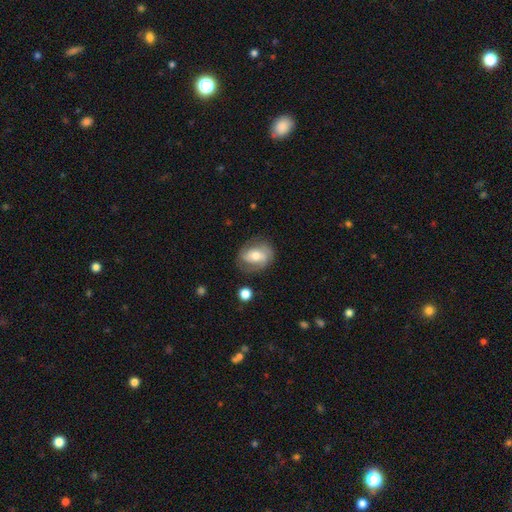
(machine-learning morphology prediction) Smooth or featured? Predicted: featured or disk (p=0.56). Edge-on disk? Predicted: no (p=0.96). Bar? Predicted: no (p=0.47). Spiral arms? Predicted: yes (p=0.80). Bulge size? Predicted: moderate (p=0.66). Merging? Predicted: none (p=0.69).